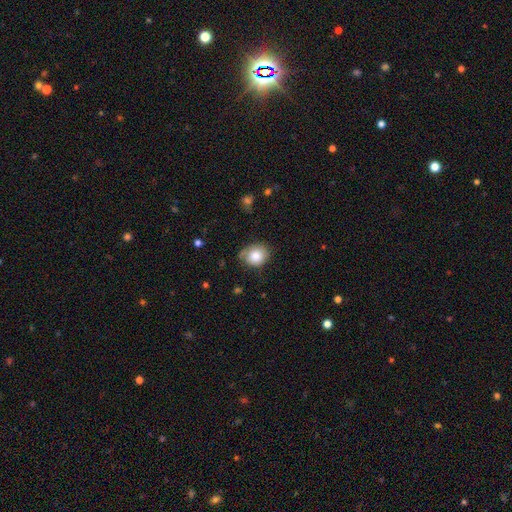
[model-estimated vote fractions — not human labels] Overall: smooth (81%). How rounded: round (63%; in between 36%). Merging: none (62%; minor disturbance 29%).